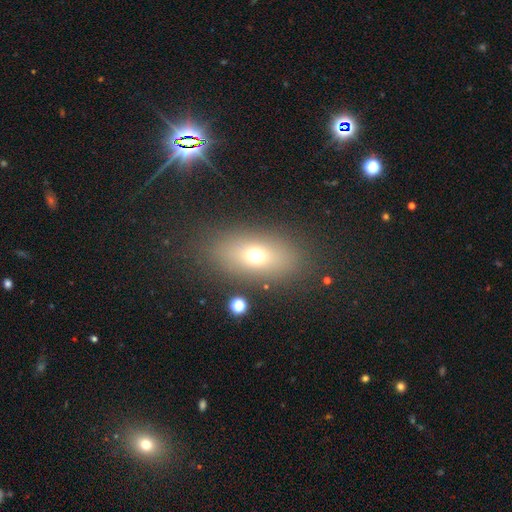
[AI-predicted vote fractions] A smooth galaxy with no disk features (67%) that is in between round and cigar-shaped (79%).

Vote fractions:
- Smooth or featured? smooth: 67% / featured or disk: 18% / star or artifact: 15%
- How rounded? in between: 79% / round: 16% / cigar-shaped: 6%
- Merging? none: 82% / minor disturbance: 10% / major disturbance: 6% / merger: 2%